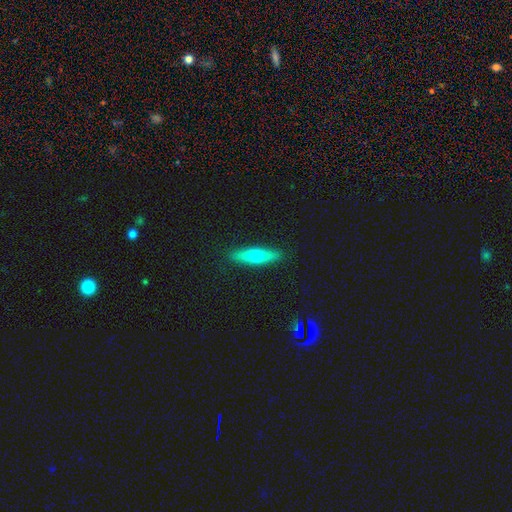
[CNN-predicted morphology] Q: Smooth or featured?
A: smooth (60%); runner-up: featured or disk (34%)
Q: How rounded?
A: cigar-shaped (73%); runner-up: in between (25%)
Q: Merging?
A: none (90%); runner-up: minor disturbance (7%)